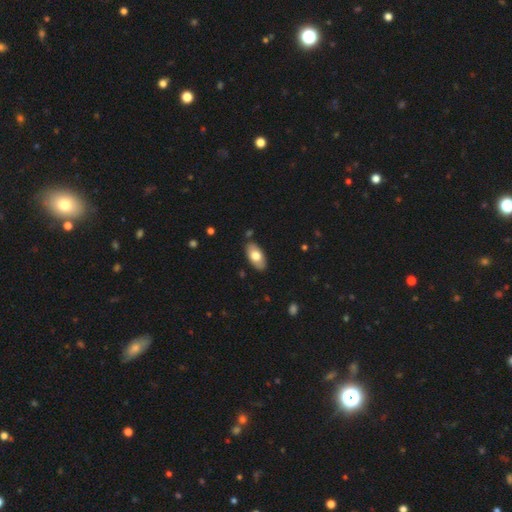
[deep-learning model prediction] Smooth or featured? Predicted: smooth (p=0.71). How rounded? Predicted: in between (p=0.93). Merging? Predicted: none (p=0.85).